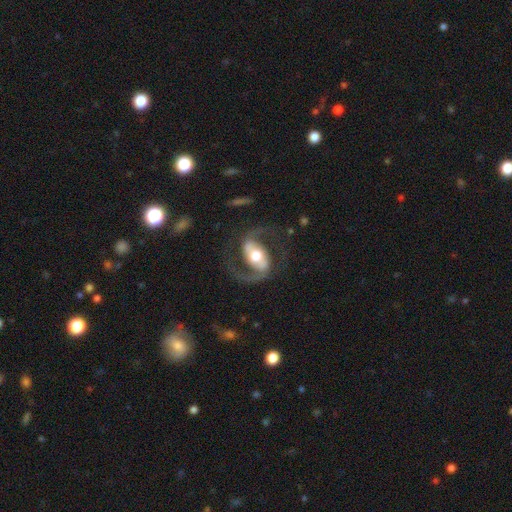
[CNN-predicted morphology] This appears to be a featured or disk galaxy (88%) with a strong bar (48%), 2 (93%) medium (55%) spiral arms (95%) and a moderate central bulge (64%). Merging: none (75%).